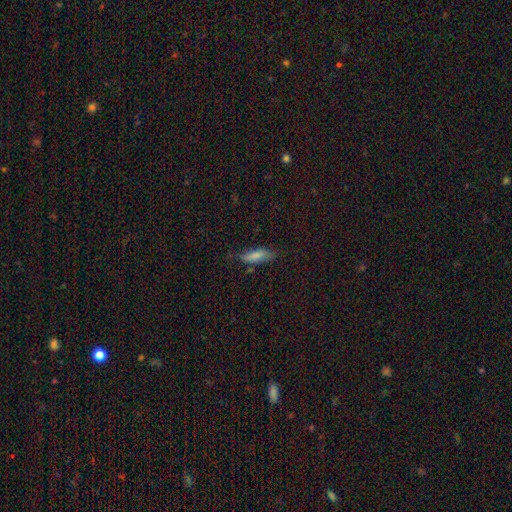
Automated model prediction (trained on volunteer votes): smooth 79%, featured or disk 14%, star or artifact 8%. Down the decision tree: how rounded — cigar-shaped (50%); merging — none (69%).